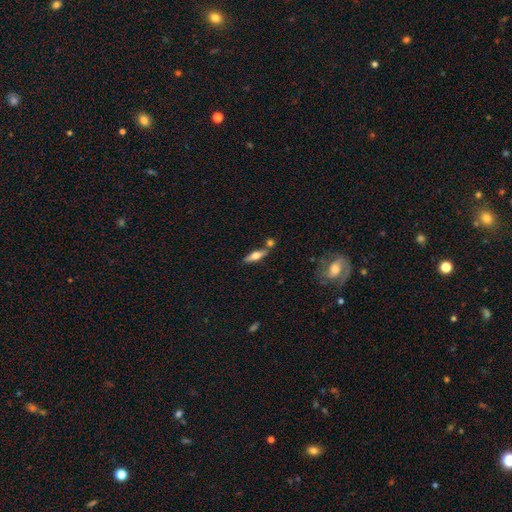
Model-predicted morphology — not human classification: smooth-or-featured: featured or disk: 51% | smooth: 43% | star or artifact: 7%
  disk-edge-on: yes: 91% | no: 9%
  merging: none: 71% | merger: 14% | minor disturbance: 12% | major disturbance: 3%